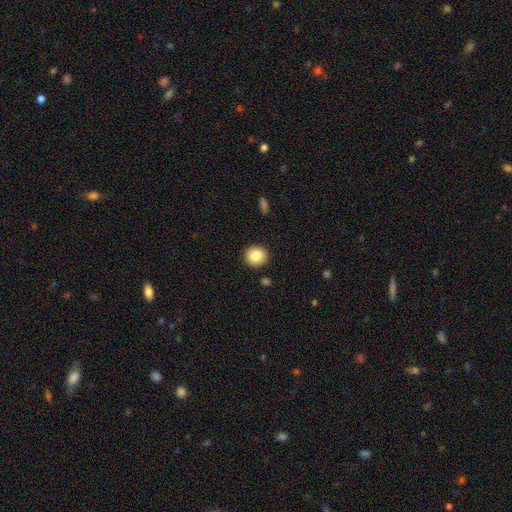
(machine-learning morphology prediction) type=smooth (86%); roundness=round (89%); merging=none (91%).